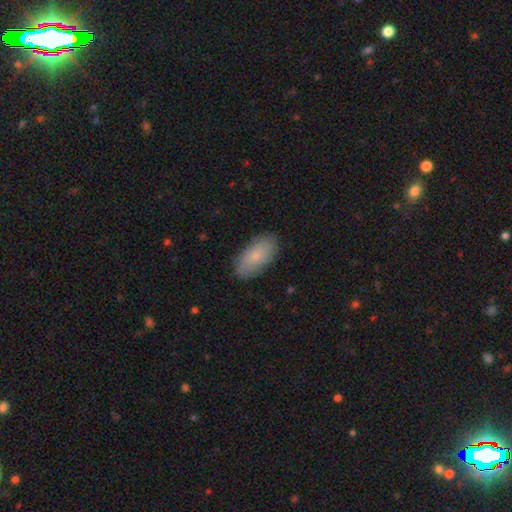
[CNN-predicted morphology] smooth_or_featured: smooth (p=0.81) [alt: featured or disk p=0.13]
how_rounded: in between (p=0.92) [alt: cigar-shaped p=0.06]
merging: none (p=0.84) [alt: minor disturbance p=0.12]